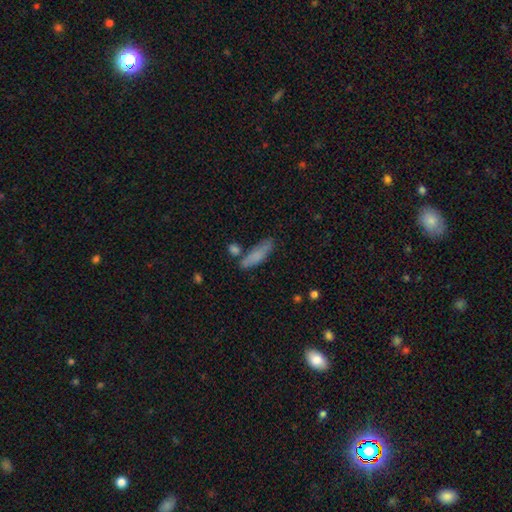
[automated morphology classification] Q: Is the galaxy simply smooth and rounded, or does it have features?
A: smooth — 77%.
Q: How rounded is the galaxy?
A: cigar-shaped — 66%.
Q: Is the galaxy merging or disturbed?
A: none — 63%.